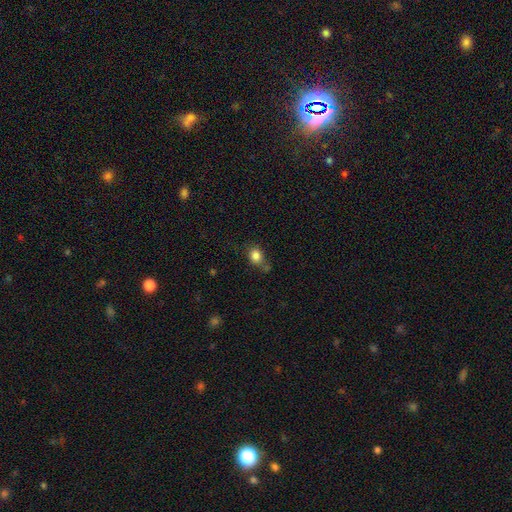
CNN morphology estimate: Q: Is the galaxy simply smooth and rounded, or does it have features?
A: smooth — 83%.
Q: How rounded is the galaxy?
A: round — 61%.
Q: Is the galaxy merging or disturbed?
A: none — 60%.